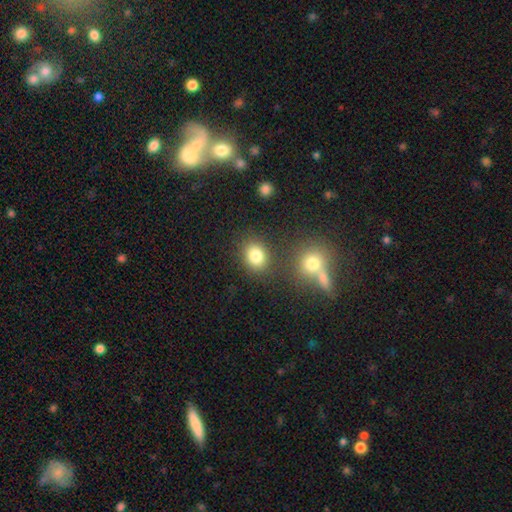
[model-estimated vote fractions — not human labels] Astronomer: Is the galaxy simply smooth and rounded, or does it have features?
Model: smooth — 81%.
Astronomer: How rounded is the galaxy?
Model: round — 52% (runner-up: in between, 47%).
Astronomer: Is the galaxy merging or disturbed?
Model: none — 76%.